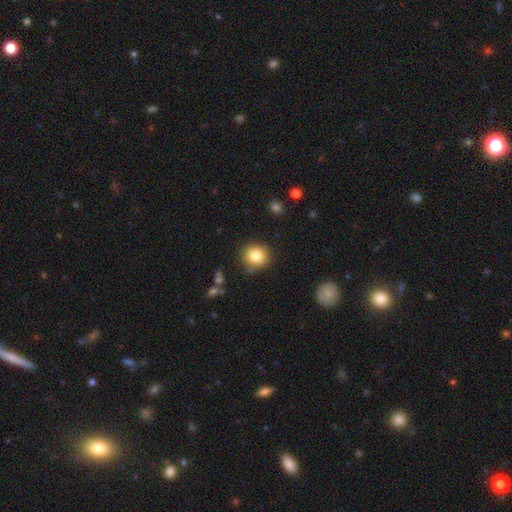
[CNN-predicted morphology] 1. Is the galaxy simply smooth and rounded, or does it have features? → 81% smooth, 11% star or artifact, 8% featured or disk.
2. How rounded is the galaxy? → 87% round, 12% in between, 1% cigar-shaped.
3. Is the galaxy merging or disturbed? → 80% none, 13% minor disturbance, 3% major disturbance, 3% merger.